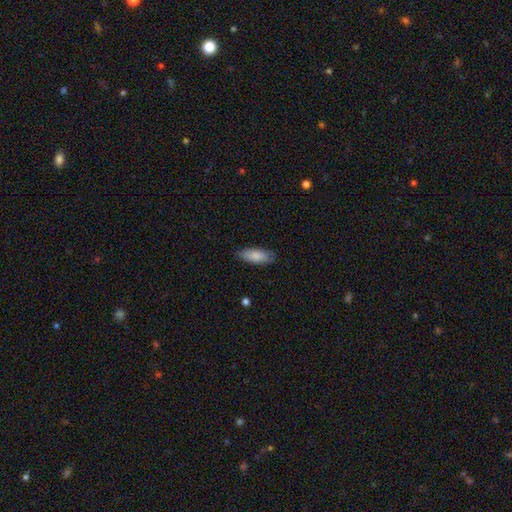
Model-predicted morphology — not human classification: This appears to be a smooth galaxy with no disk features (84%) that is in between round and cigar-shaped (78%). Merging: none (83%).